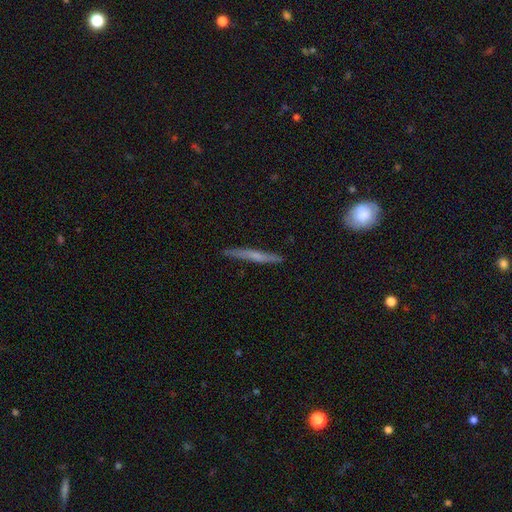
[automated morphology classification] This is possibly a featured or disk galaxy (50%). It is clearly viewed edge-on (95%). Merging: clearly none (87%).